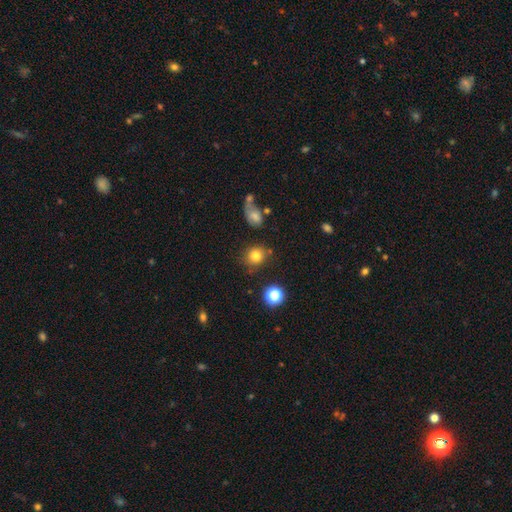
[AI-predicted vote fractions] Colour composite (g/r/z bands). It shows a smooth galaxy with no disk features (80%) that is round (81%). Merging: none (76%).